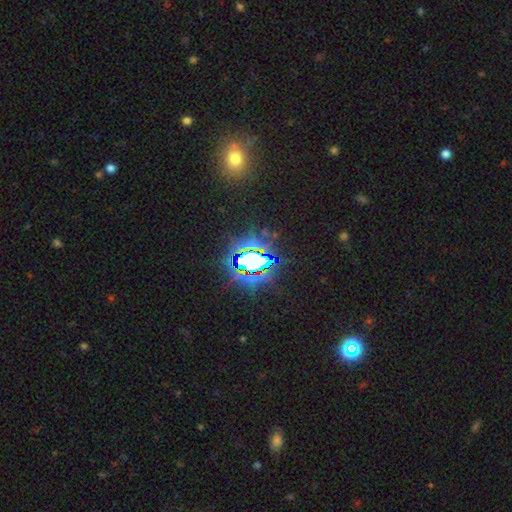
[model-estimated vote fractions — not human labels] star or artifact 79%, smooth 13%, featured or disk 8%.